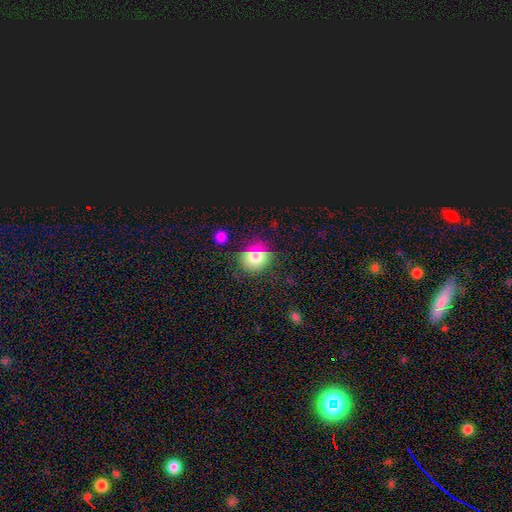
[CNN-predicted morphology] This appears to be a smooth galaxy with no disk features (69%) that is round (72%). Merging: none (79%).